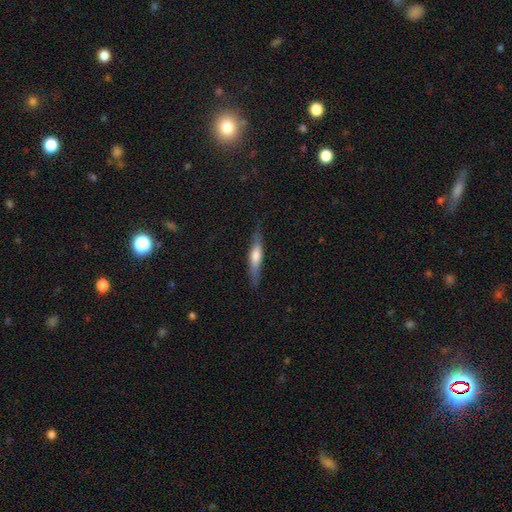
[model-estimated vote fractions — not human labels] Smooth or featured? Predicted: smooth (p=0.52). How rounded? Predicted: cigar-shaped (p=0.84). Merging? Predicted: none (p=0.81).